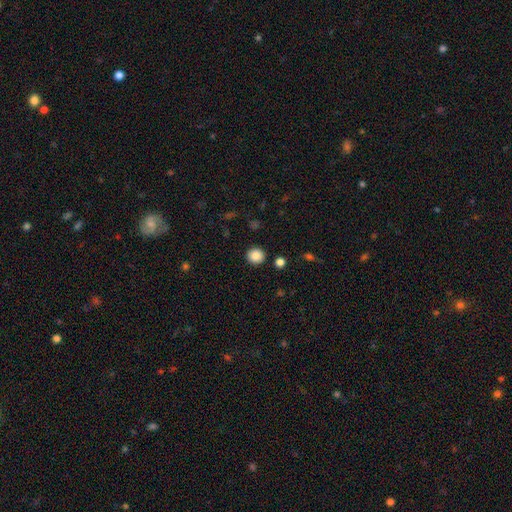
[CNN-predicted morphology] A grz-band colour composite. It shows a smooth galaxy with no disk features (87%) that is round (91%). Merging: none (91%).